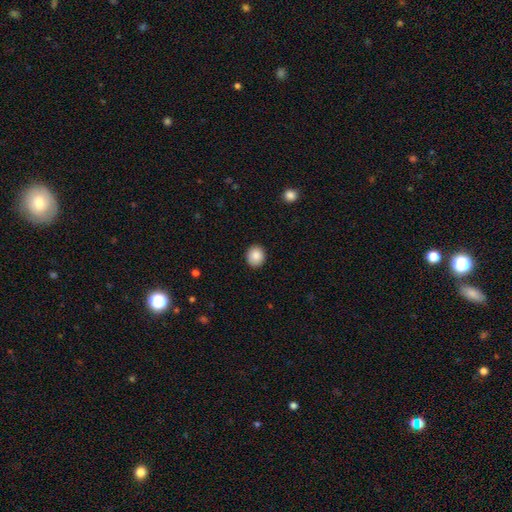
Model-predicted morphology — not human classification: The model was most divided on "how rounded": round: 76%, in between: 23%, cigar-shaped: 1%. More confident: merging — none (91%); smooth or featured — smooth (89%).